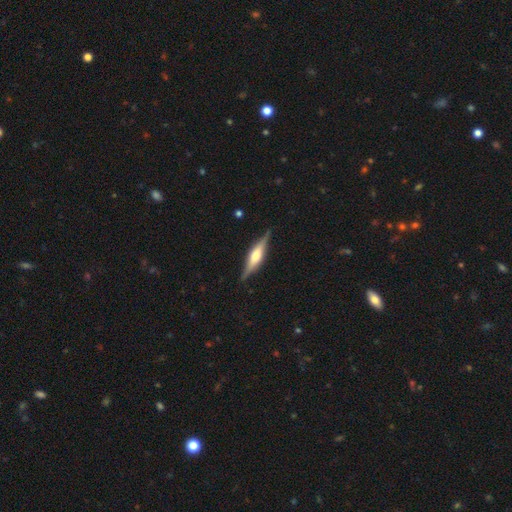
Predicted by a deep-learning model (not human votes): smooth_or_featured: featured or disk (p=0.70) [alt: smooth p=0.24]
disk_edge_on: yes (p=0.96) [alt: no p=0.04]
edge_on_bulge: rounded (p=0.79) [alt: boxy p=0.17]
merging: none (p=0.87) [alt: minor disturbance p=0.10]